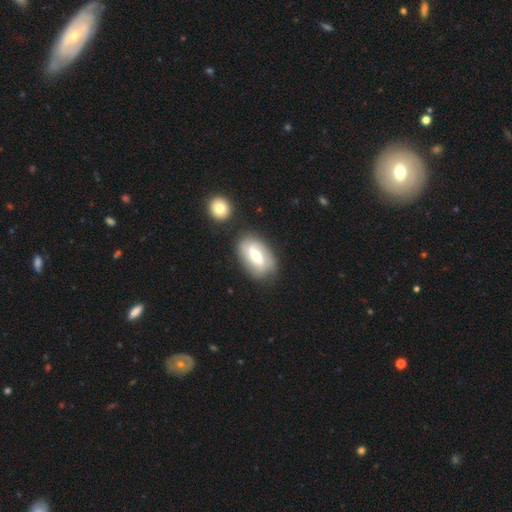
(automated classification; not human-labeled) The model was most divided on "bar": weak: 41%, strong: 38%, no: 22%. More confident: edge-on disk — no (91%); merging — none (73%); spiral arms — yes (72%); bulge size — moderate (62%); smooth or featured — featured or disk (60%).